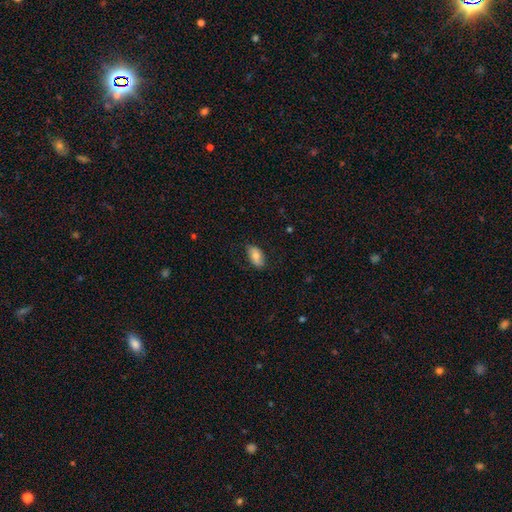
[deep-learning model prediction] Overall: smooth (73%). How rounded: in between (92%). Merging: none (79%).